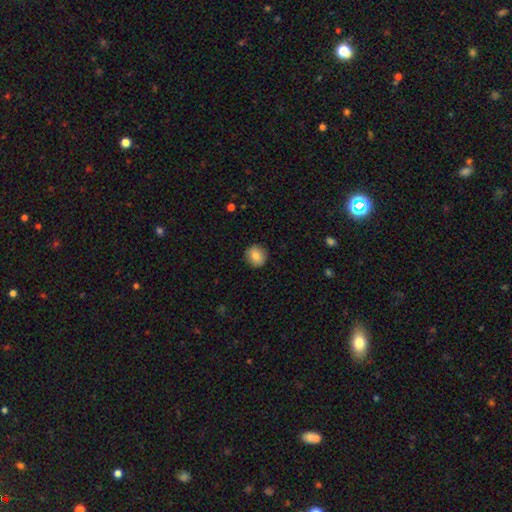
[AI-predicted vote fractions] Smooth or featured: smooth — 82% (featured or disk — 10%)
How rounded: round — 87% (in between — 12%)
Merging: none — 89% (minor disturbance — 8%)